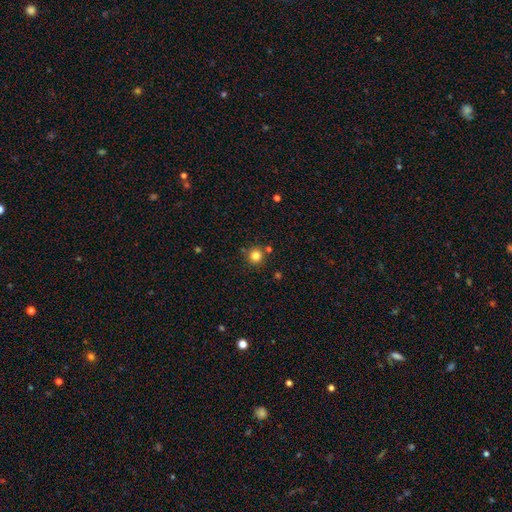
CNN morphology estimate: smooth_or_featured: smooth (p=0.82) [alt: star or artifact p=0.13]
how_rounded: round (p=0.95) [alt: in between p=0.04]
merging: none (p=0.85) [alt: minor disturbance p=0.07]